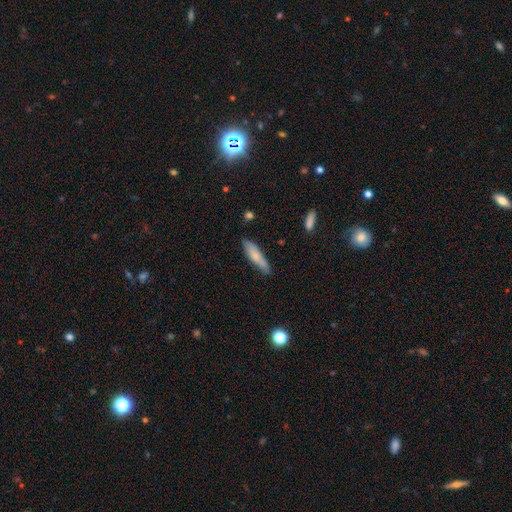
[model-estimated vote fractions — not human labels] Overall: smooth (72%). How rounded: cigar-shaped (73%). Merging: none (77%).